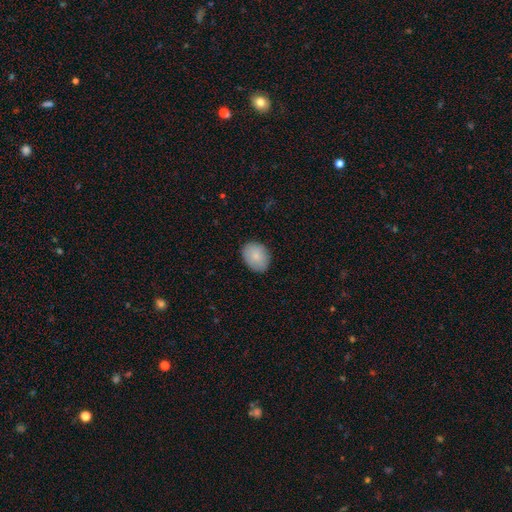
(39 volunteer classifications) A smooth galaxy with no disk features (74%) that is in between round and cigar-shaped (62%). Merging: none (86%).